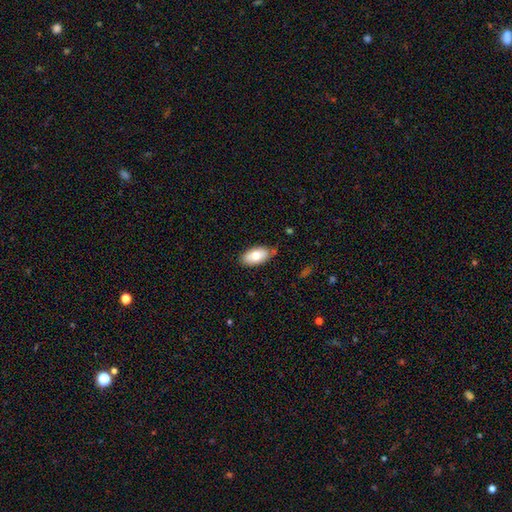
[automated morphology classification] This is likely a smooth galaxy (73%). How rounded: clearly in between (94%). Merging: likely none (77%).